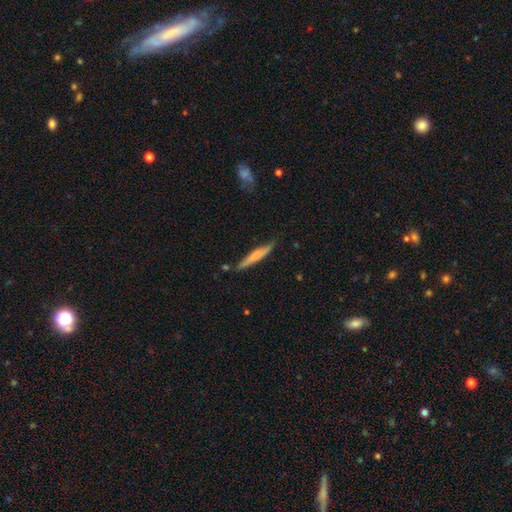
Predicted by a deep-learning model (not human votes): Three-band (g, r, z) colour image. It shows a smooth galaxy with no disk features (60%) that is cigar-shaped (92%). Merging: none (71%).